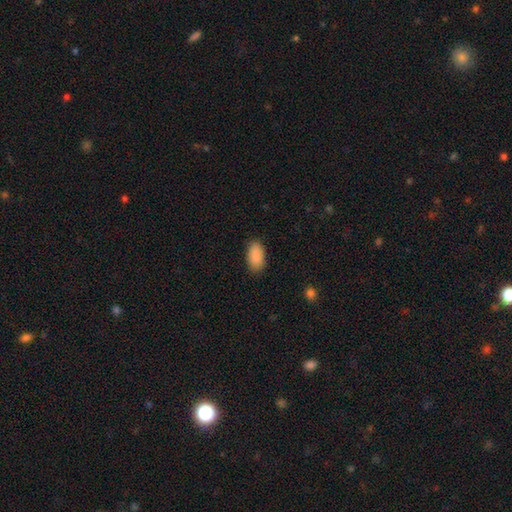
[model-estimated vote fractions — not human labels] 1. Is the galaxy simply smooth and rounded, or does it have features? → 90% smooth, 7% star or artifact, 3% featured or disk.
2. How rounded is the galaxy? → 94% in between, 3% round, 2% cigar-shaped.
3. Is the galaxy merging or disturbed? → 86% none, 10% minor disturbance, 2% major disturbance, 1% merger.